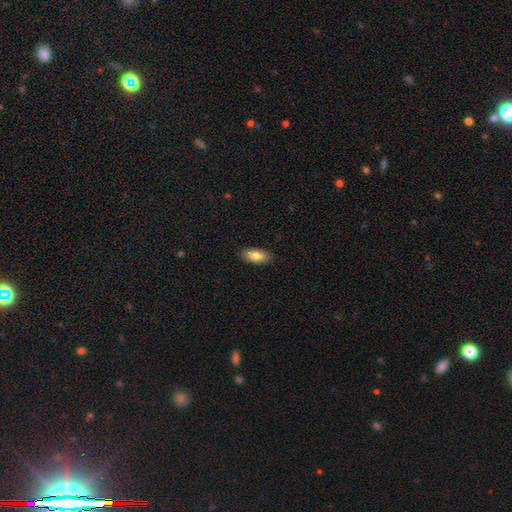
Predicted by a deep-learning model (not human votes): Smooth or featured? Predicted: smooth (p=0.81). How rounded? Predicted: in between (p=0.87). Merging? Predicted: none (p=0.89).